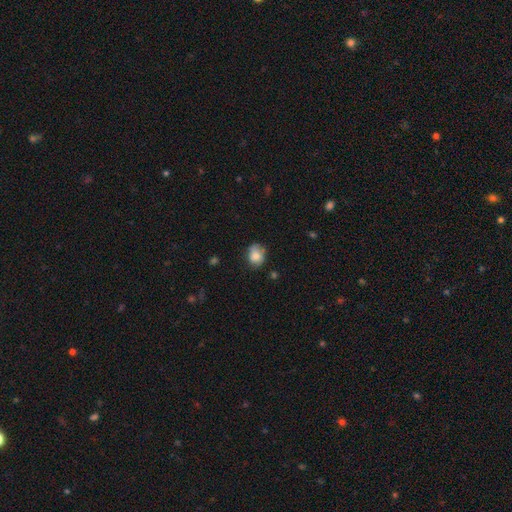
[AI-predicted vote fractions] The model was most divided on "how rounded": round: 51%, in between: 48%, cigar-shaped: 1%. More confident: smooth or featured — smooth (78%); merging — none (62%).